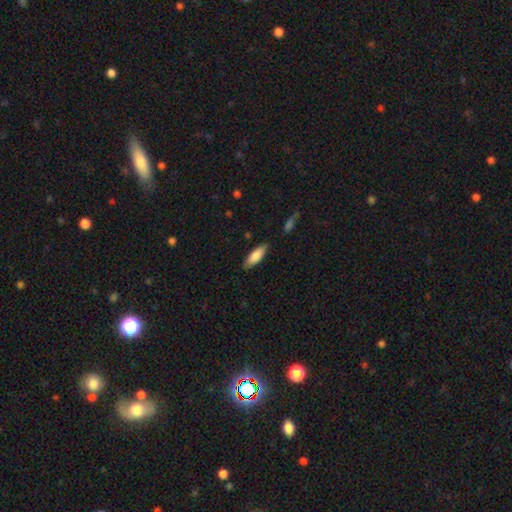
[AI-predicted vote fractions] smooth_or_featured: smooth (p=0.84) [alt: featured or disk p=0.10]
how_rounded: in between (p=0.64) [alt: cigar-shaped p=0.34]
merging: none (p=0.82) [alt: minor disturbance p=0.14]